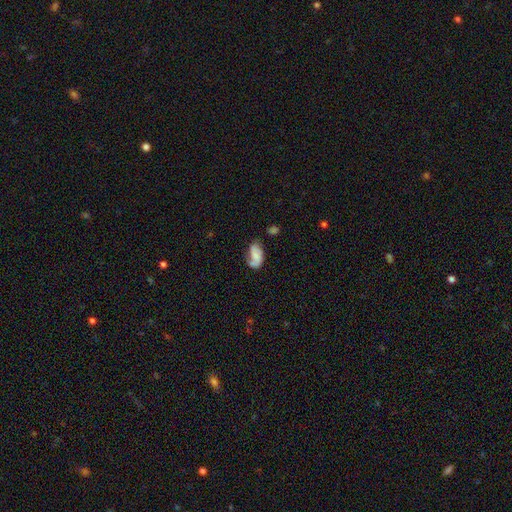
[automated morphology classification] Smooth or featured: smooth — 52% (featured or disk — 39%)
How rounded: in between — 92% (round — 5%)
Merging: none — 45% (minor disturbance — 29%)